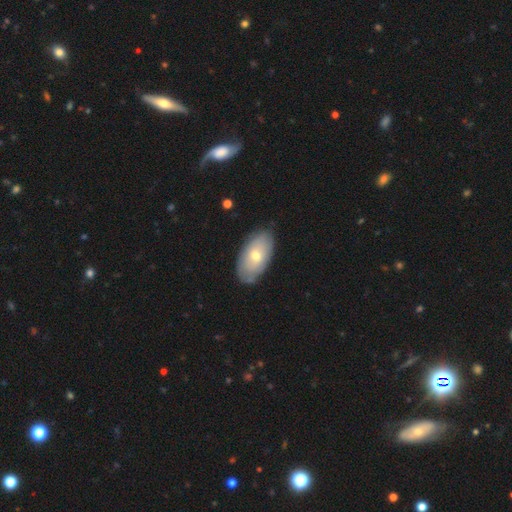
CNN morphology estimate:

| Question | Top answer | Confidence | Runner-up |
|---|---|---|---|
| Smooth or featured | smooth | 59% | featured or disk (35%) |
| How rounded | in between | 94% | round (4%) |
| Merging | none | 82% | minor disturbance (14%) |